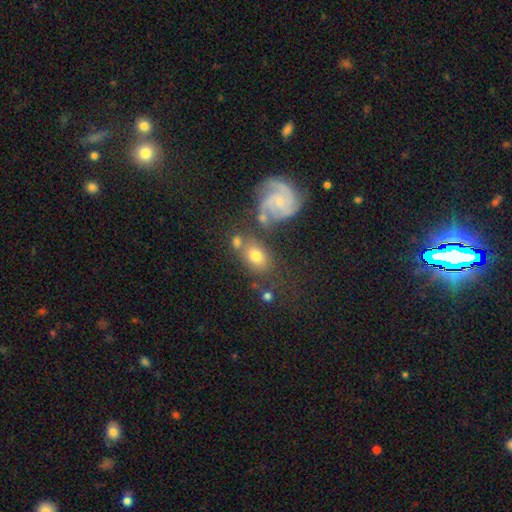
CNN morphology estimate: smooth_or_featured: smooth (p=0.49) [alt: featured or disk p=0.41]
merging: none (p=0.60) [alt: minor disturbance p=0.18]